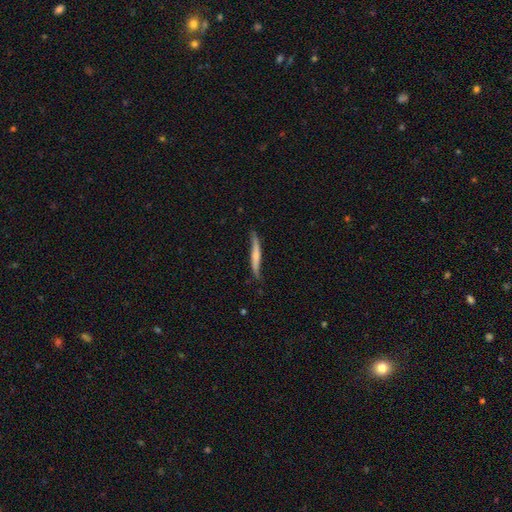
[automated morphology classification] The model was most divided on "smooth or featured": featured or disk: 51%, smooth: 44%, star or artifact: 5%. More confident: edge-on disk — yes (78%); merging — none (67%).